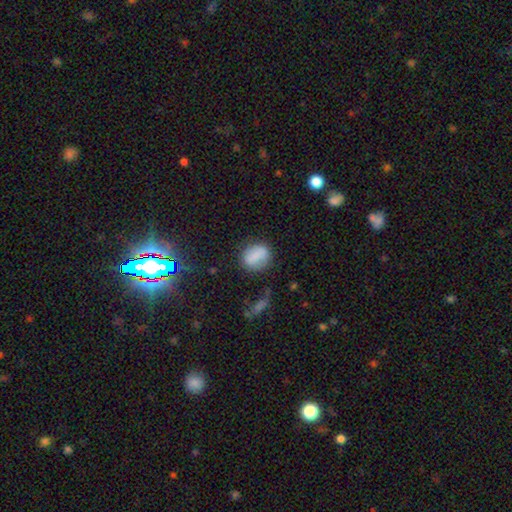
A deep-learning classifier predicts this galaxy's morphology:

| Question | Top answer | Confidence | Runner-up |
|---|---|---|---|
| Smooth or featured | smooth | 78% | featured or disk (13%) |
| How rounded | round | 54% | in between (44%) |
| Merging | none | 73% | minor disturbance (17%) |